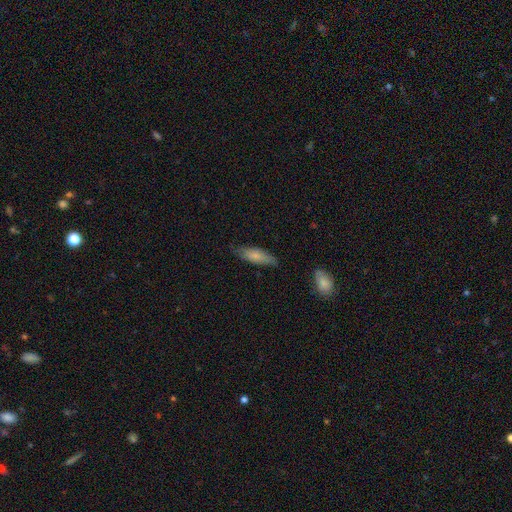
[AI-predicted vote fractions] smooth_or_featured: smooth (p=0.73) [alt: featured or disk p=0.21]
how_rounded: in between (p=0.51) [alt: cigar-shaped p=0.47]
merging: none (p=0.72) [alt: minor disturbance p=0.22]